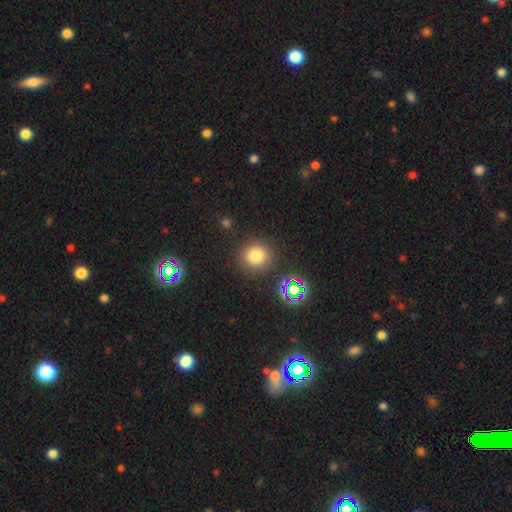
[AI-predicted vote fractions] The model was most divided on "smooth or featured": smooth: 77%, star or artifact: 17%, featured or disk: 6%. More confident: how rounded — round (90%); merging — none (86%).